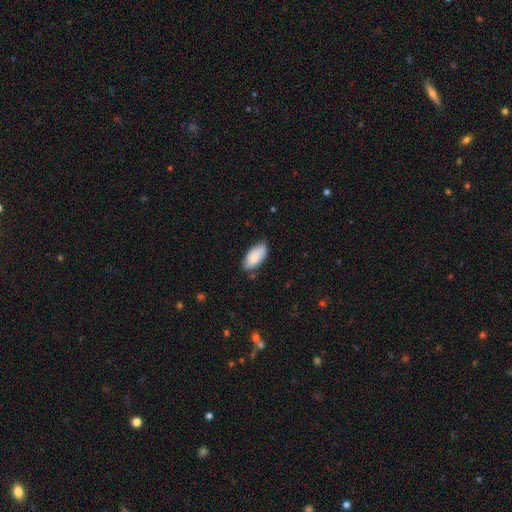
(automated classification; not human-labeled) smooth_or_featured: smooth (p=0.84) [alt: featured or disk p=0.10]
how_rounded: in between (p=0.92) [alt: cigar-shaped p=0.06]
merging: none (p=0.74) [alt: minor disturbance p=0.21]